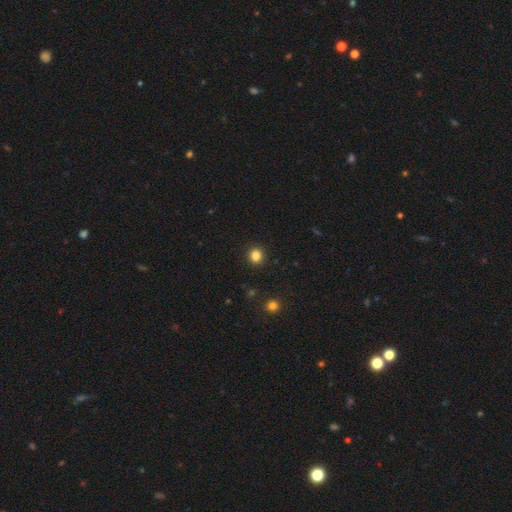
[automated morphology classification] Smooth or featured?
  - smooth: 83% *
  - star or artifact: 12%
  - featured or disk: 4%
How rounded?
  - round: 89% *
  - in between: 10%
  - cigar-shaped: 1%
Merging?
  - none: 92% *
  - minor disturbance: 5%
  - major disturbance: 2%
  - merger: 1%